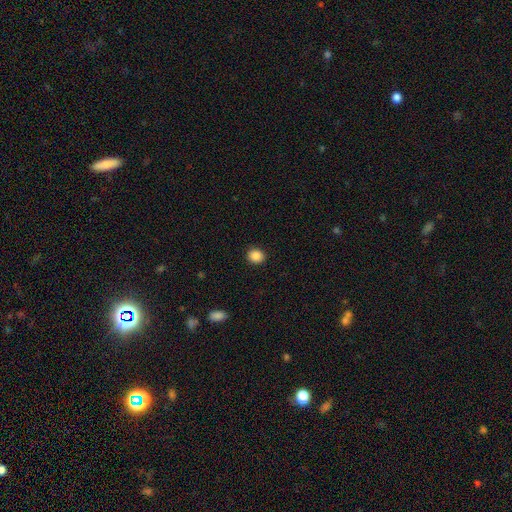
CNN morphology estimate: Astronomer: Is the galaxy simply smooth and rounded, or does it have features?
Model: smooth — 87%.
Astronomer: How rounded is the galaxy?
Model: round — 80%.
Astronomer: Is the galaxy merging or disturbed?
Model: none — 92%.